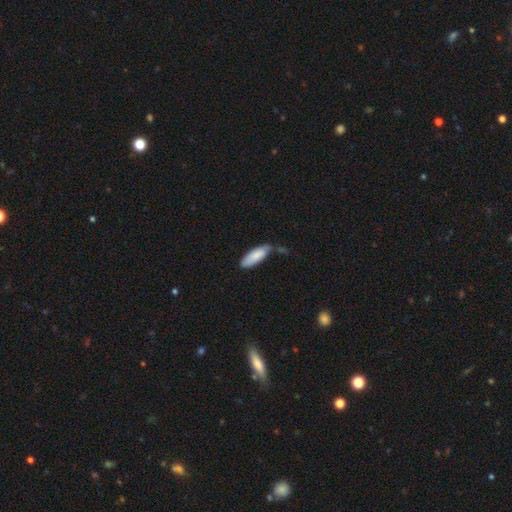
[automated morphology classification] Overall: smooth (83%). How rounded: in between (66%; cigar-shaped 32%). Merging: none (51%; minor disturbance 30%).